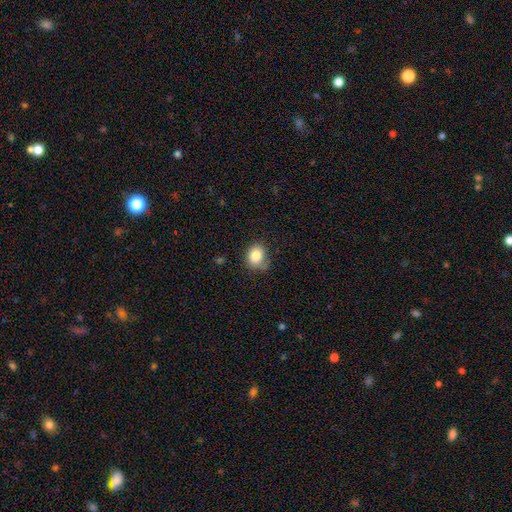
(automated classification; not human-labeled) Smooth or featured? smooth (84%)
How rounded? round (62%)
Merging? none (66%)